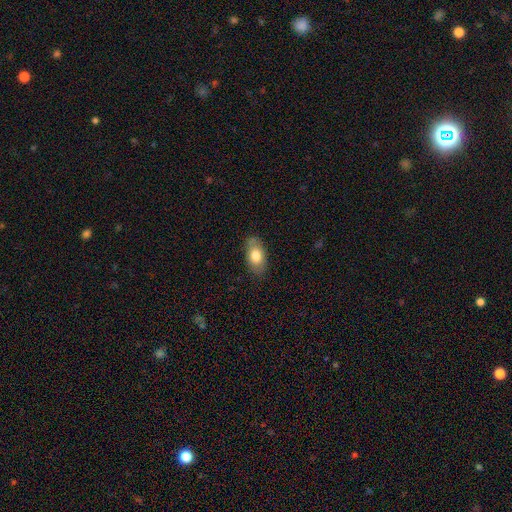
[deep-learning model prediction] Smooth or featured?
  - smooth: 76% *
  - featured or disk: 17%
  - star or artifact: 6%
How rounded?
  - in between: 91% *
  - round: 6%
  - cigar-shaped: 3%
Merging?
  - none: 80% *
  - minor disturbance: 15%
  - major disturbance: 3%
  - merger: 1%